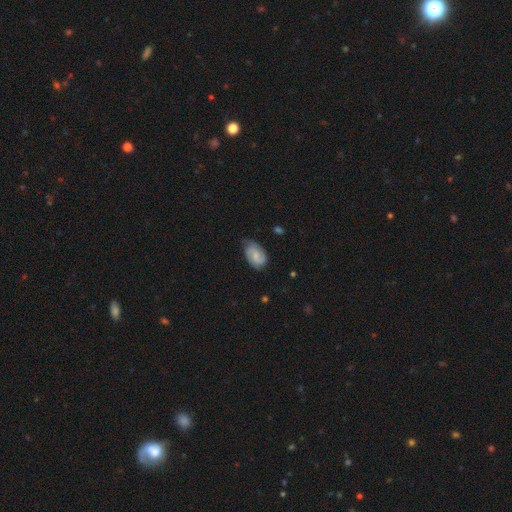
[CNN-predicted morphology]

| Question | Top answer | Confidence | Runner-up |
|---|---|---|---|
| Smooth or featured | featured or disk | 51% | smooth (42%) |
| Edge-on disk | no | 97% | yes (3%) |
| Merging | none | 60% | minor disturbance (31%) |